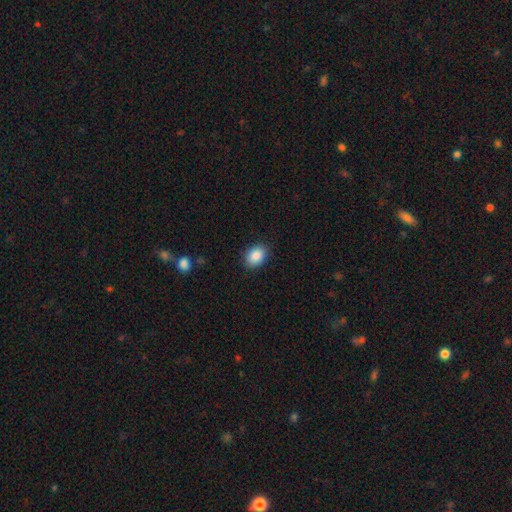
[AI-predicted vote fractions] Morphology: type=smooth (89%); roundness=in between (76%); merging=none (88%).